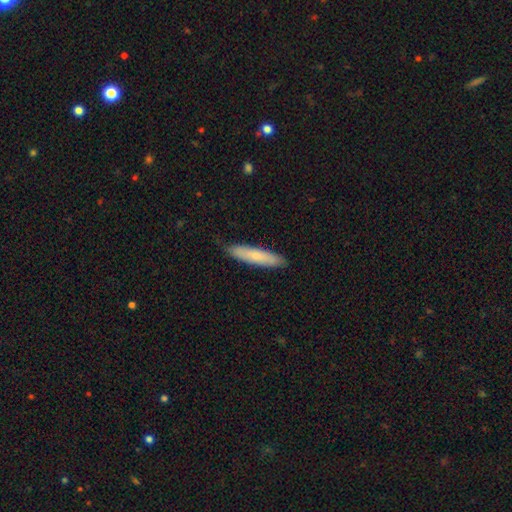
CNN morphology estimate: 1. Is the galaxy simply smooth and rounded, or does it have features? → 73% smooth, 22% featured or disk, 5% star or artifact.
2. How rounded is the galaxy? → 83% cigar-shaped, 16% in between, 1% round.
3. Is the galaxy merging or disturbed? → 85% none, 13% minor disturbance, 2% major disturbance, 1% merger.